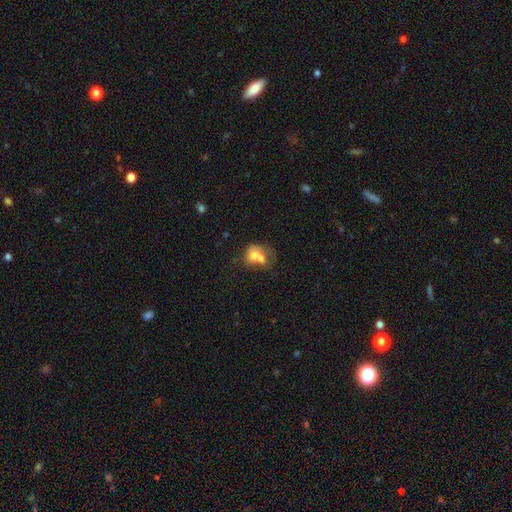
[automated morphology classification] A smooth galaxy with no disk features (65%) that is in between round and cigar-shaped (54%). Merging: merger (62%).